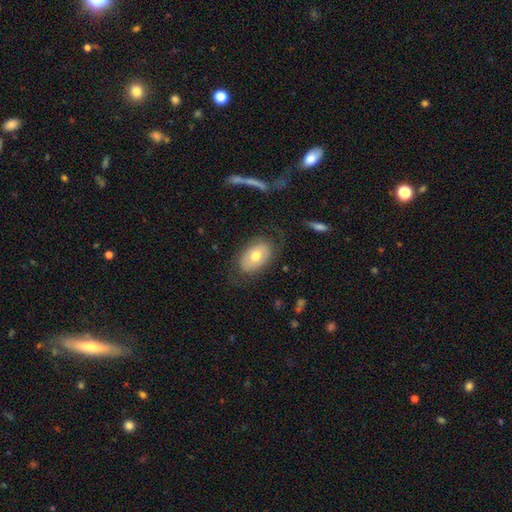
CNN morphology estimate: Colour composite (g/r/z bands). It shows a smooth galaxy with no disk features (58%) that is in between round and cigar-shaped (87%). Merging: none (73%).